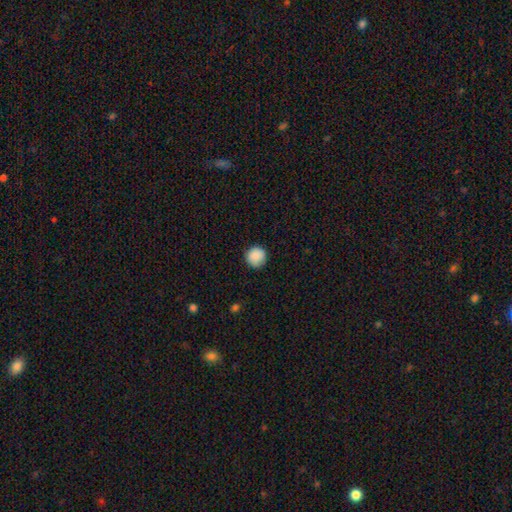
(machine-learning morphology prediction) This appears to be a smooth galaxy with no disk features (89%) that is round (95%). Merging: none (87%).